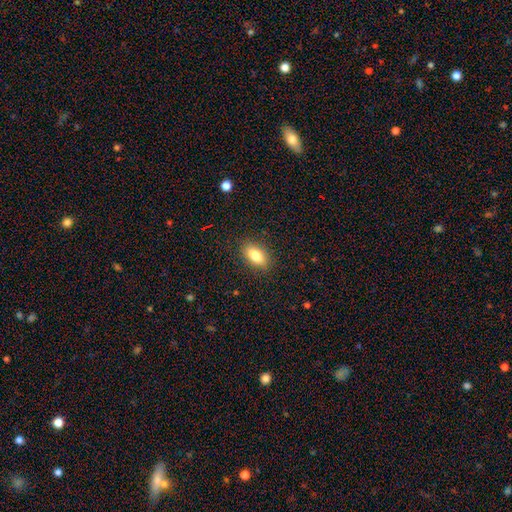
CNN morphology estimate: type=smooth (82%); roundness=in between (89%); merging=none (87%).